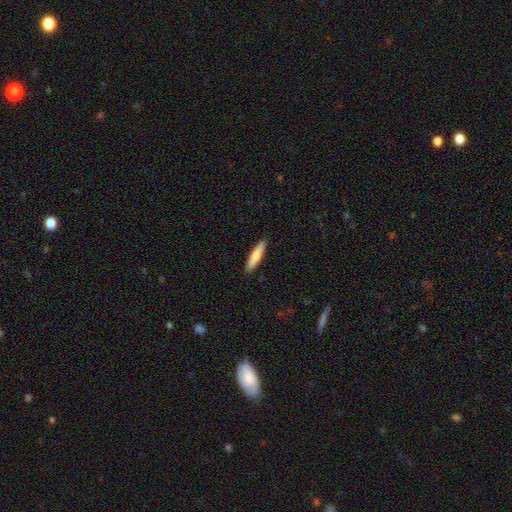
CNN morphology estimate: Q: Smooth or featured?
A: smooth (77%); runner-up: featured or disk (18%)
Q: How rounded?
A: cigar-shaped (84%); runner-up: in between (15%)
Q: Merging?
A: none (90%); runner-up: minor disturbance (7%)